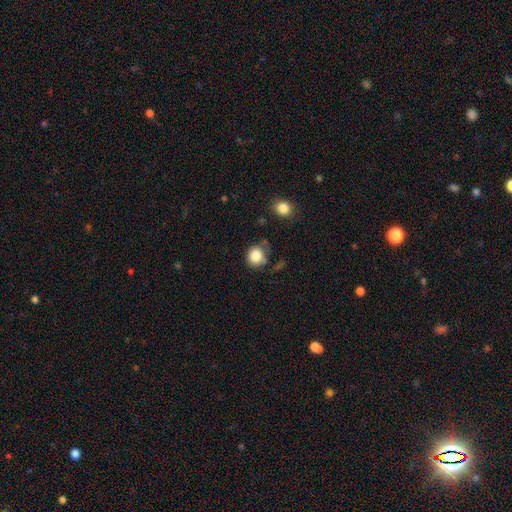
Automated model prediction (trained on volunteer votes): The model was most divided on "merging": none: 64%, minor disturbance: 22%, major disturbance: 8%, merger: 7%. More confident: smooth or featured — smooth (84%); how rounded — round (75%).